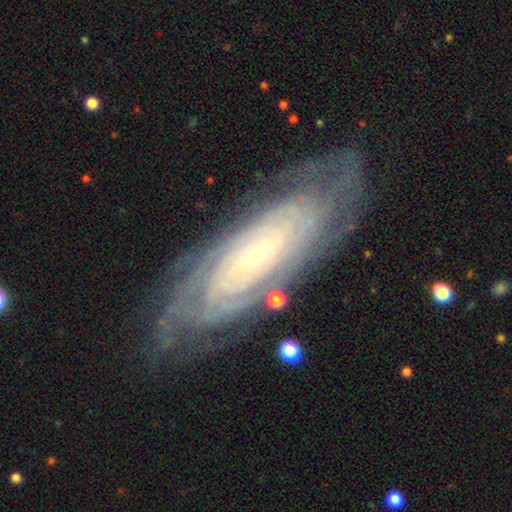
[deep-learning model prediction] This appears to be a featured or disk galaxy (83%) with no bar (69%), tight (83%) spiral arms (94%) and a small central bulge (86%). Merging: none (78%).